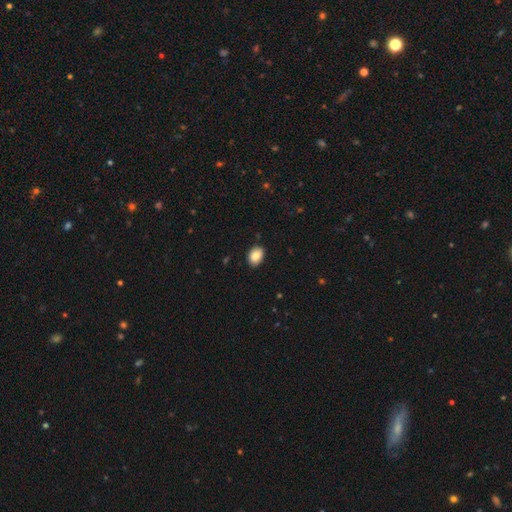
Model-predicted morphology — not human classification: Smooth or featured?
  - smooth: 87% *
  - star or artifact: 8%
  - featured or disk: 5%
How rounded?
  - in between: 78% *
  - round: 21%
  - cigar-shaped: 1%
Merging?
  - none: 88% *
  - minor disturbance: 9%
  - major disturbance: 2%
  - merger: 1%